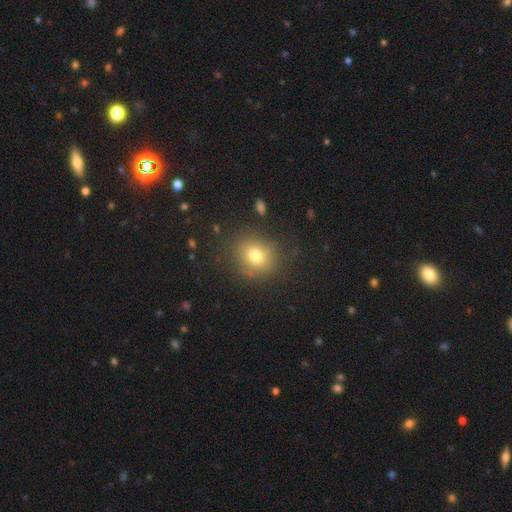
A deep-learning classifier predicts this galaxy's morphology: Smooth or featured?
  - smooth: 76% *
  - star or artifact: 14%
  - featured or disk: 11%
How rounded?
  - round: 73% *
  - in between: 26%
  - cigar-shaped: 1%
Merging?
  - none: 81% *
  - minor disturbance: 12%
  - major disturbance: 4%
  - merger: 2%